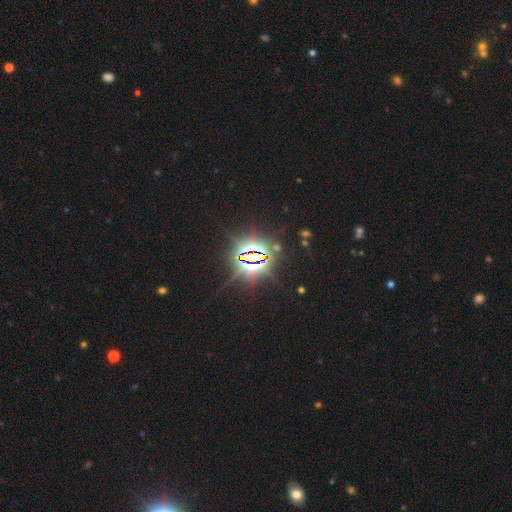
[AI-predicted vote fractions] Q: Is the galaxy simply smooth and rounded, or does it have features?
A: star or artifact — 87%.